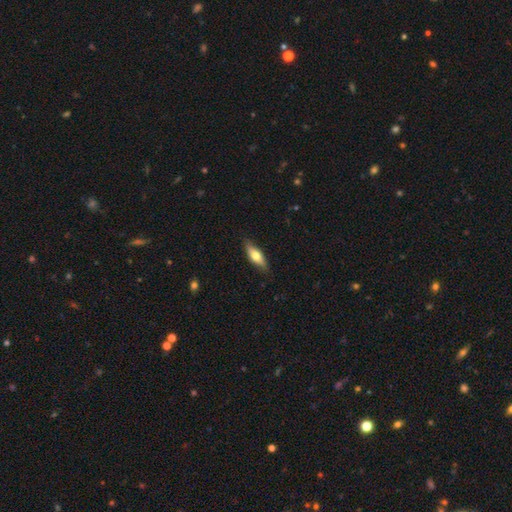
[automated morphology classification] This is possibly a smooth galaxy (58%). How rounded: likely in between (61%). Merging: clearly none (83%).